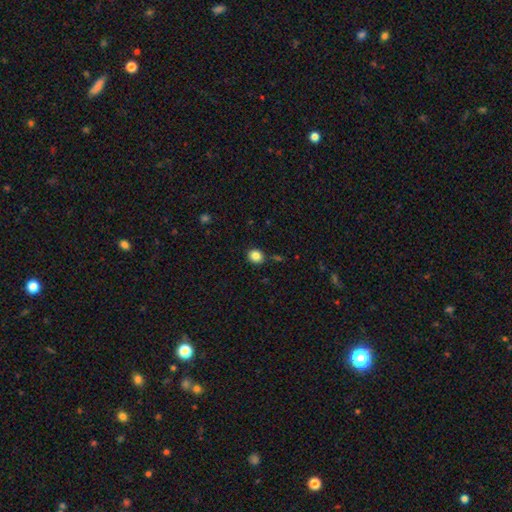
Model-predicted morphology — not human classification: Smooth or featured: smooth — 85% (star or artifact — 10%)
How rounded: round — 75% (in between — 24%)
Merging: none — 84% (minor disturbance — 10%)